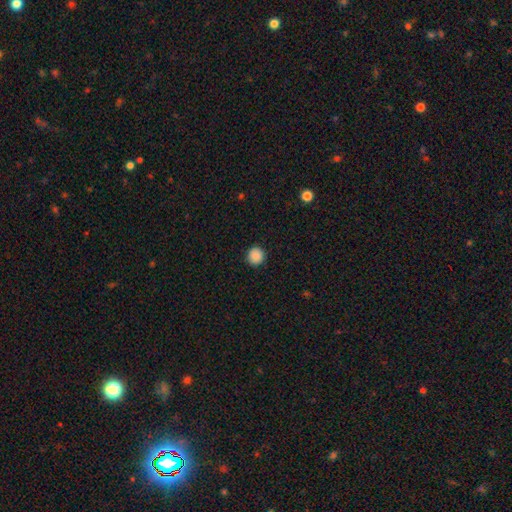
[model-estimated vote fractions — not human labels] This appears to be a smooth galaxy with no disk features (89%) that is round (94%). Merging: none (92%).